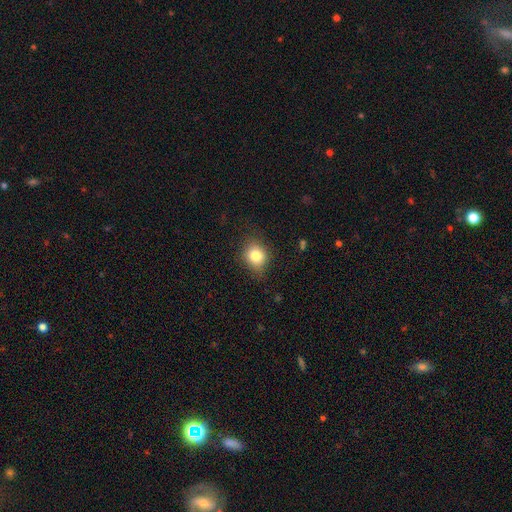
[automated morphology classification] smooth_or_featured: smooth (p=0.79) [alt: star or artifact p=0.11]
how_rounded: round (p=0.67) [alt: in between p=0.32]
merging: none (p=0.76) [alt: minor disturbance p=0.18]